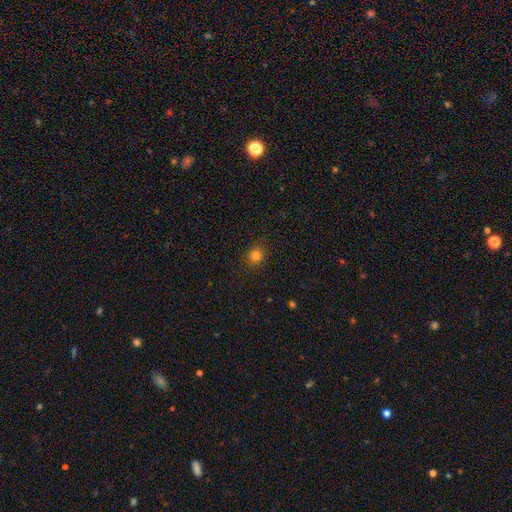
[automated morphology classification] This appears to be a smooth galaxy with no disk features (81%) that is round (82%). Merging: none (88%).